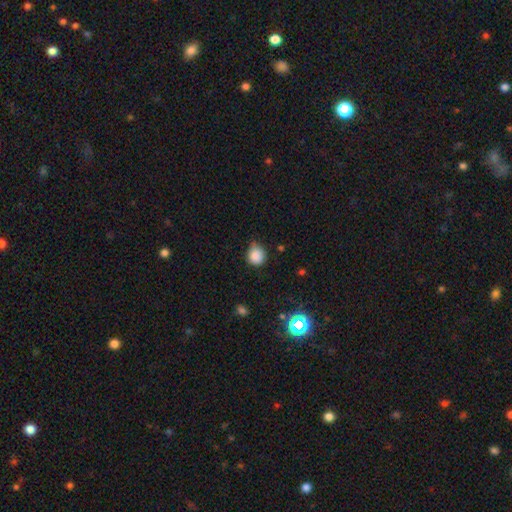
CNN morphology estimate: This appears to be a smooth galaxy with no disk features (86%) that is round (85%). Merging: none (61%).